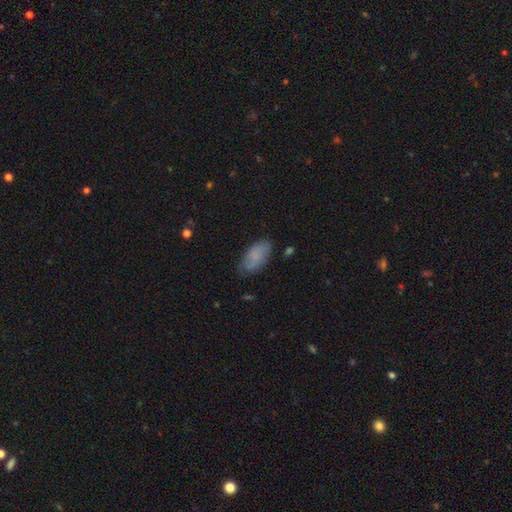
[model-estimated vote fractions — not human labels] smooth_or_featured: smooth (p=0.80) [alt: featured or disk p=0.13]
how_rounded: in between (p=0.93) [alt: cigar-shaped p=0.05]
merging: none (p=0.75) [alt: minor disturbance p=0.19]